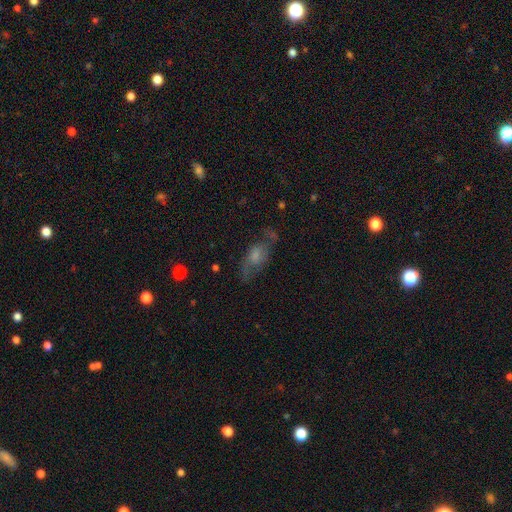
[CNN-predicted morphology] Smooth or featured?
  - featured or disk: 48% *
  - smooth: 41%
  - star or artifact: 11%
Merging?
  - none: 51% *
  - minor disturbance: 24%
  - major disturbance: 19%
  - merger: 5%